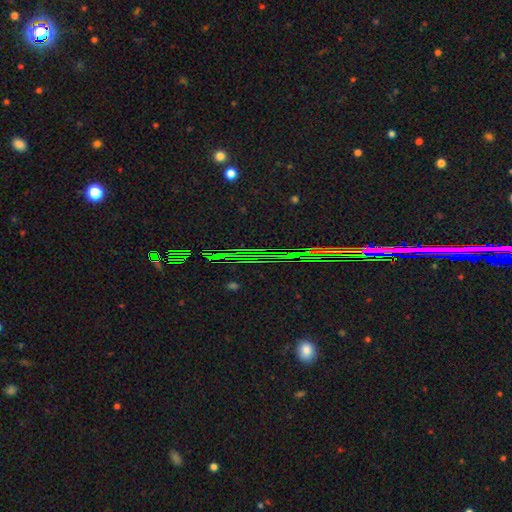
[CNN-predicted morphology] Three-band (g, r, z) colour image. It shows a star or artifact, not a galaxy (82%).